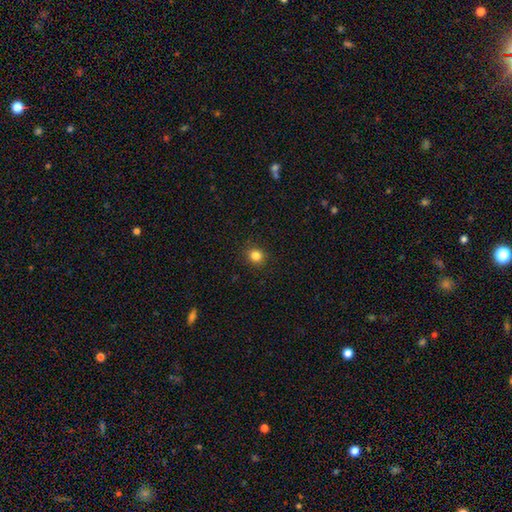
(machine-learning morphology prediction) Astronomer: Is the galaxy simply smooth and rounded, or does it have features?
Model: smooth — 83%.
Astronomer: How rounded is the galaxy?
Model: round — 85%.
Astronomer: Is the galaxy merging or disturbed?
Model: none — 90%.